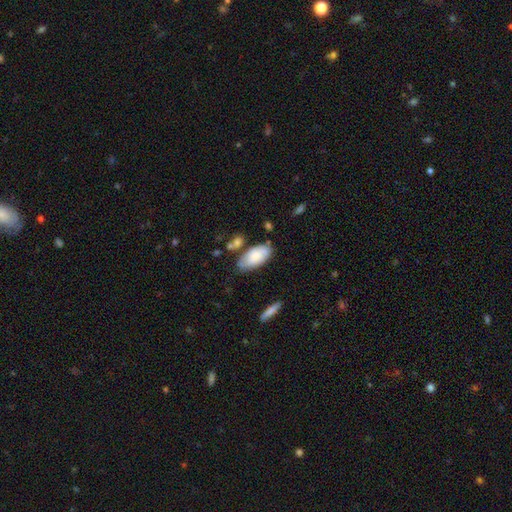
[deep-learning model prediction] Smooth or featured? Predicted: smooth (p=0.74). How rounded? Predicted: in between (p=0.93). Merging? Predicted: none (p=0.64).